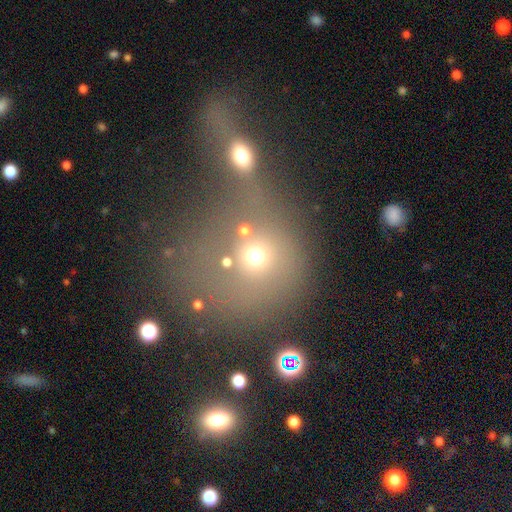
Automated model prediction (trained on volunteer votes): This appears to be a smooth galaxy with no disk features (55%) that is round (79%). Merging: merger (63%).